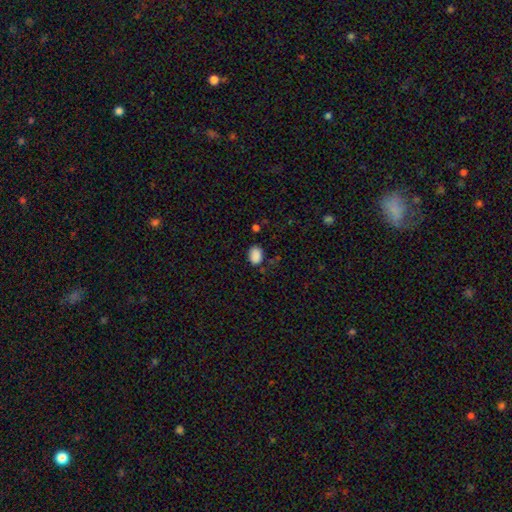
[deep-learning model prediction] A smooth galaxy with no disk features (88%) that is in between round and cigar-shaped (76%). Merging: none (78%).